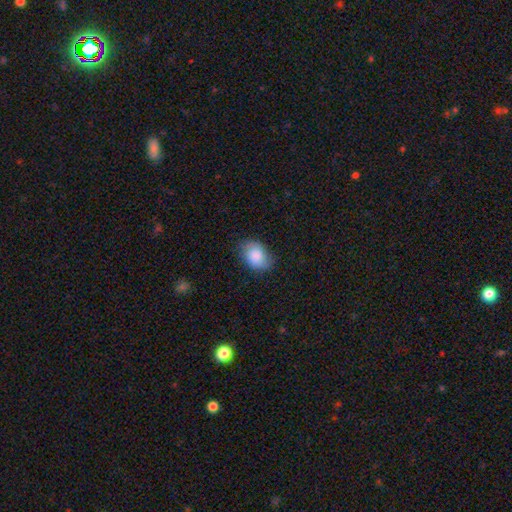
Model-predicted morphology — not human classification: smooth_or_featured: smooth (p=0.82) [alt: featured or disk p=0.11]
how_rounded: in between (p=0.77) [alt: round p=0.22]
merging: none (p=0.74) [alt: minor disturbance p=0.21]